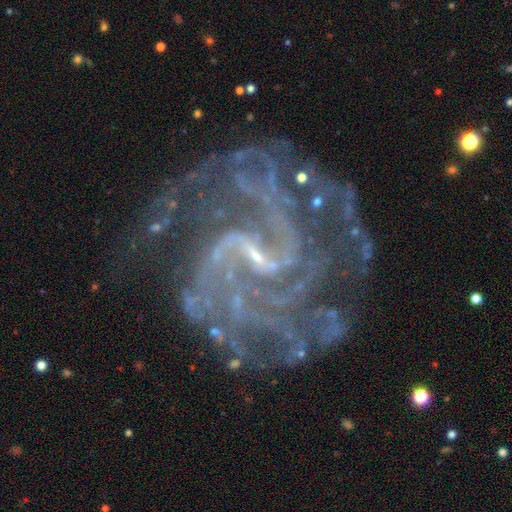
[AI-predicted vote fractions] This appears to be a featured or disk galaxy (87%) with a weak bar (49%), 2 (25%) tight (52%) spiral arms (97%) and a small central bulge (63%). Merging: none (72%).